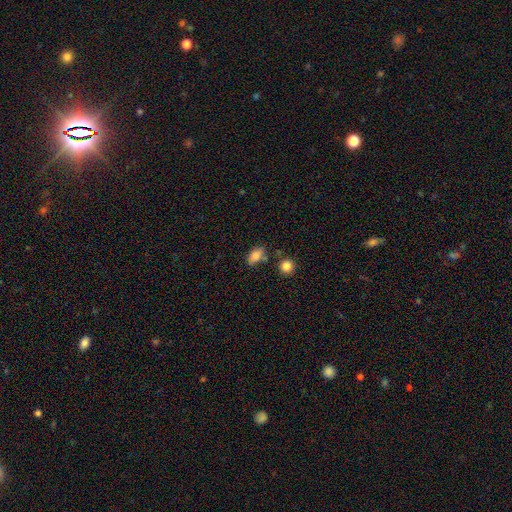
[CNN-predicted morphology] Q: Smooth or featured?
A: smooth (82%); runner-up: star or artifact (9%)
Q: How rounded?
A: in between (86%); runner-up: round (10%)
Q: Merging?
A: none (68%); runner-up: minor disturbance (19%)